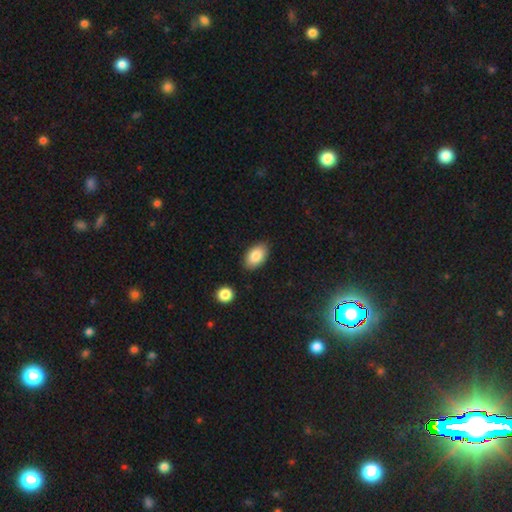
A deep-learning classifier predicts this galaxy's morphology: Q: Smooth or featured?
A: smooth (86%); runner-up: featured or disk (7%)
Q: How rounded?
A: in between (93%); runner-up: round (6%)
Q: Merging?
A: none (85%); runner-up: minor disturbance (10%)